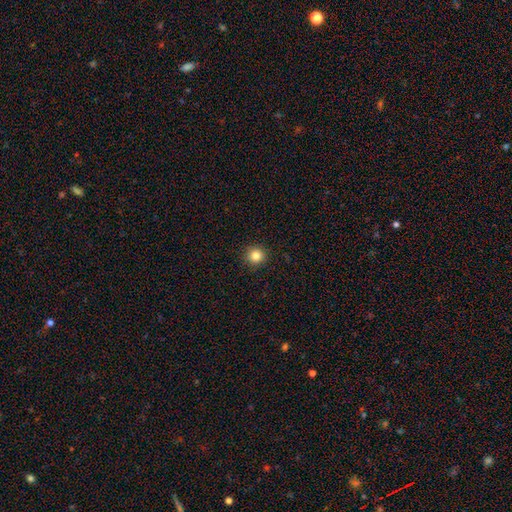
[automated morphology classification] Smooth or featured: smooth — 83% (star or artifact — 12%)
How rounded: round — 94% (in between — 5%)
Merging: none — 92% (minor disturbance — 5%)